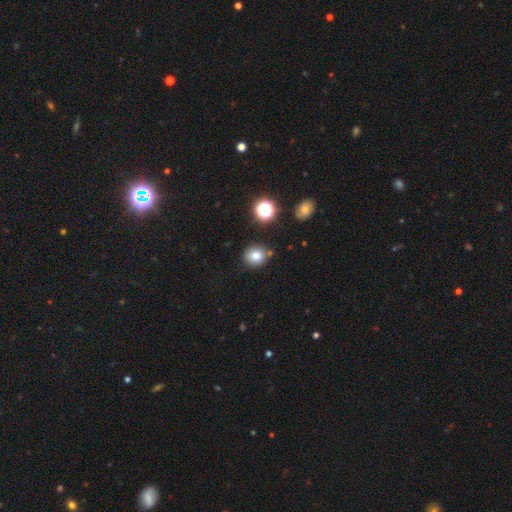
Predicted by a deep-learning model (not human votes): A smooth galaxy with no disk features (79%) that is round (86%).

Vote fractions:
- Smooth or featured? smooth: 79% / star or artifact: 14% / featured or disk: 8%
- How rounded? round: 86% / in between: 13% / cigar-shaped: 1%
- Merging? none: 82% / minor disturbance: 10% / merger: 5% / major disturbance: 3%